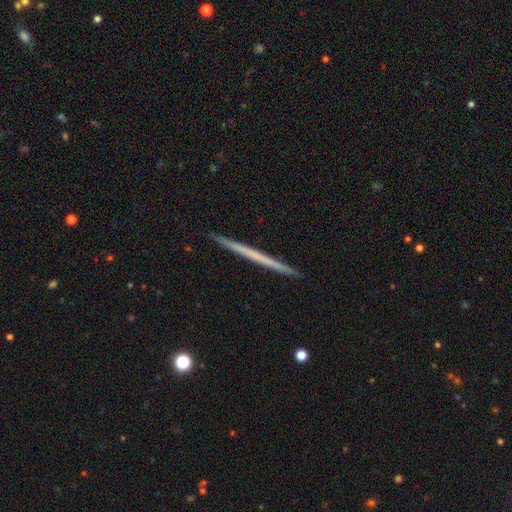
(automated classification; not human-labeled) Smooth or featured? Predicted: featured or disk (p=0.56). Edge-on disk? Predicted: yes (p=0.98). Edge-on bulge? Predicted: none (p=0.93). Merging? Predicted: none (p=0.93).